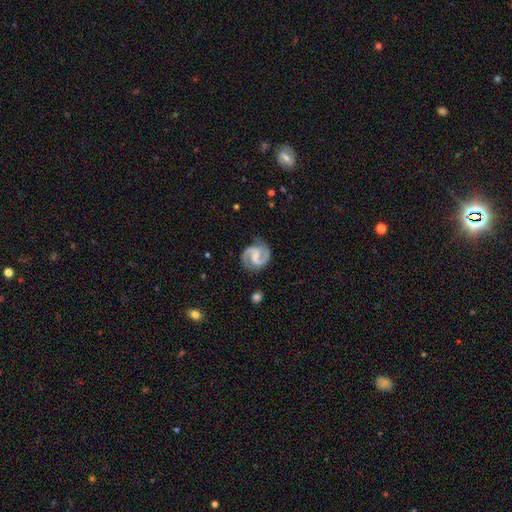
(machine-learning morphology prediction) Smooth or featured? featured or disk (90%)
Edge-on disk? no (98%)
Bar? weak (50%)
Spiral arms? yes (98%)
Spiral winding? medium (59%)
Spiral arm count? 2 (94%)
Bulge size? small (42%)
Merging? none (81%)